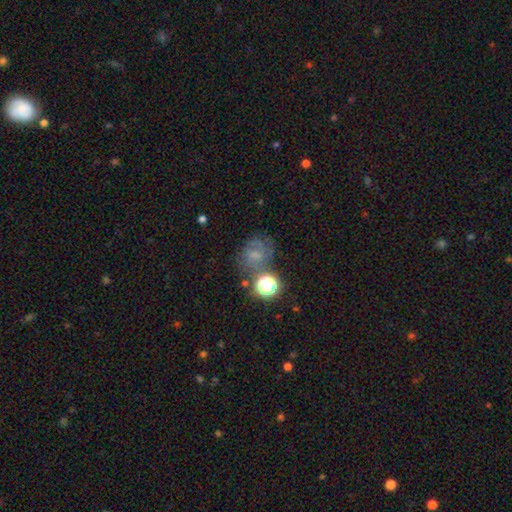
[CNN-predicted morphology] smooth-or-featured: featured or disk: 38% | smooth: 34% | star or artifact: 28%
  merging: none: 61% | minor disturbance: 18% | major disturbance: 12% | merger: 9%